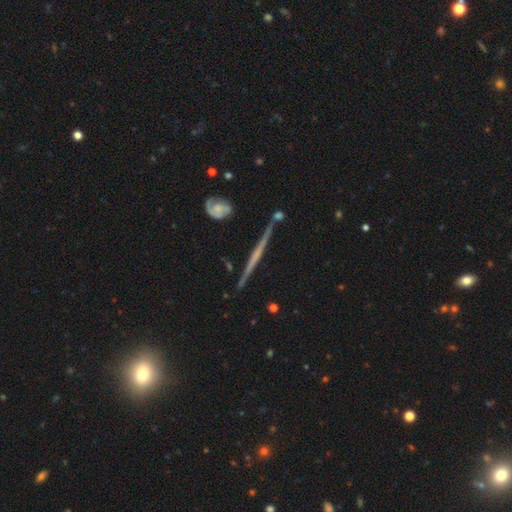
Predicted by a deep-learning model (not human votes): smooth-or-featured: featured or disk: 76% | smooth: 18% | star or artifact: 6%
  disk-edge-on: yes: 97% | no: 3%
    edge-on-bulge: none: 68% | rounded: 21% | boxy: 11%
  merging: none: 87% | minor disturbance: 8% | merger: 3% | major disturbance: 2%